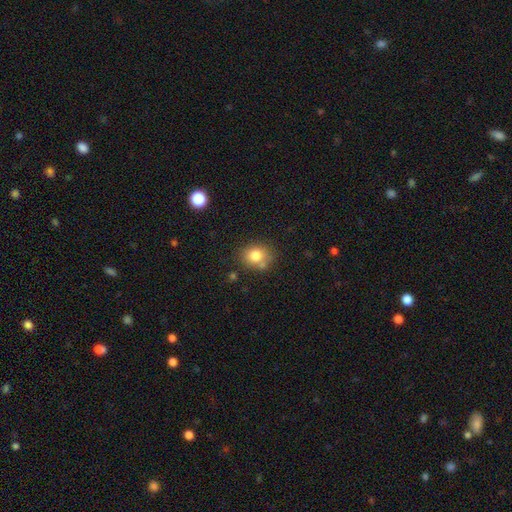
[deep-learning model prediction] The model was most divided on "how rounded": round: 68%, in between: 31%, cigar-shaped: 1%. More confident: smooth or featured — smooth (79%); merging — none (69%).